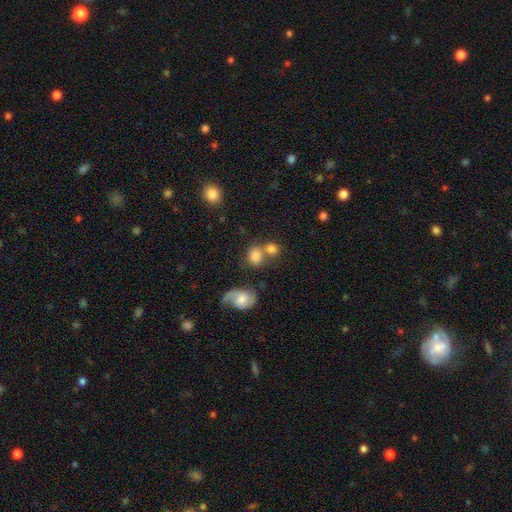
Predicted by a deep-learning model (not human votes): Morphology: type=smooth (77%); roundness=round (68%); merging=none (43%).